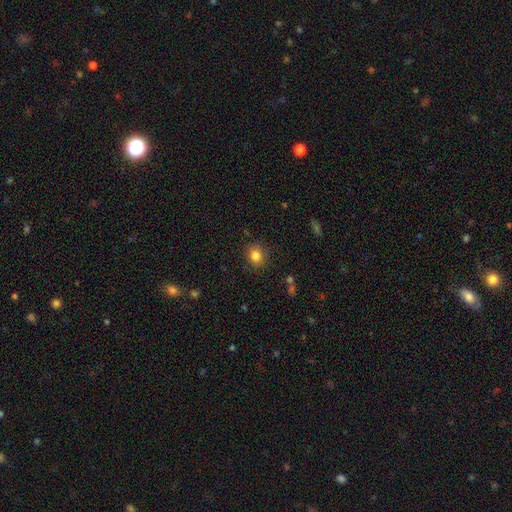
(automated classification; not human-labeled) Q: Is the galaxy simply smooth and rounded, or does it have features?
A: smooth — 83%.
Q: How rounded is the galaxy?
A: round — 63%.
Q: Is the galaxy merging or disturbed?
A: none — 84%.